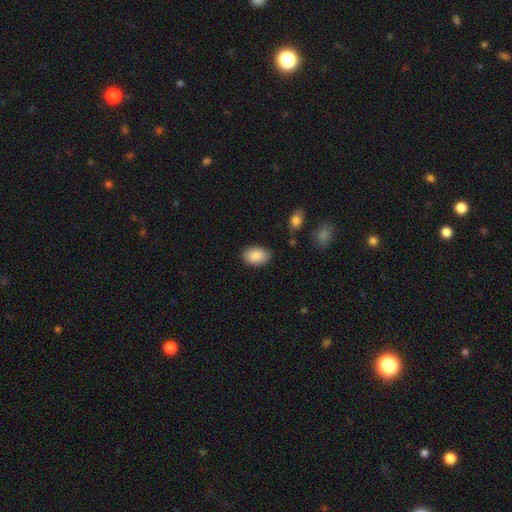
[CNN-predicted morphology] Smooth or featured: smooth — 89% (star or artifact — 6%)
How rounded: in between — 89% (round — 10%)
Merging: none — 85% (minor disturbance — 11%)